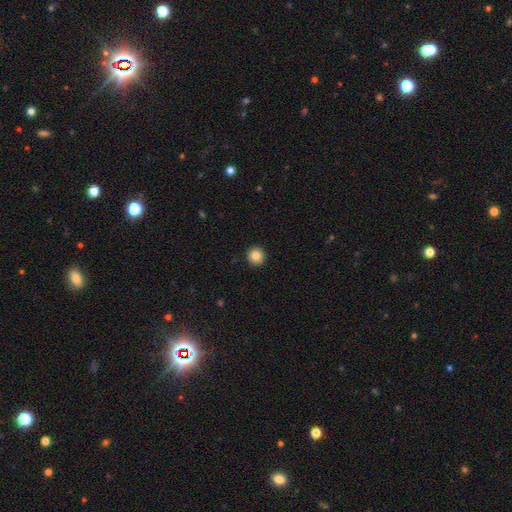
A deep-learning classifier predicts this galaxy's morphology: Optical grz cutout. It shows a smooth galaxy with no disk features (83%) that is round (95%). Merging: none (93%).